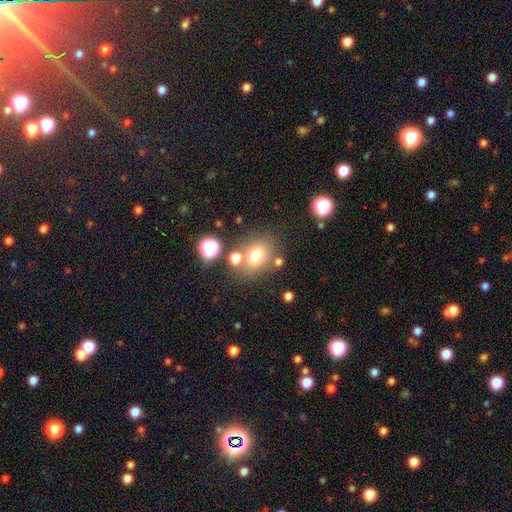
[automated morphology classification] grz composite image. It shows a smooth galaxy with no disk features (72%) that is round (64%). Merging: none (69%).